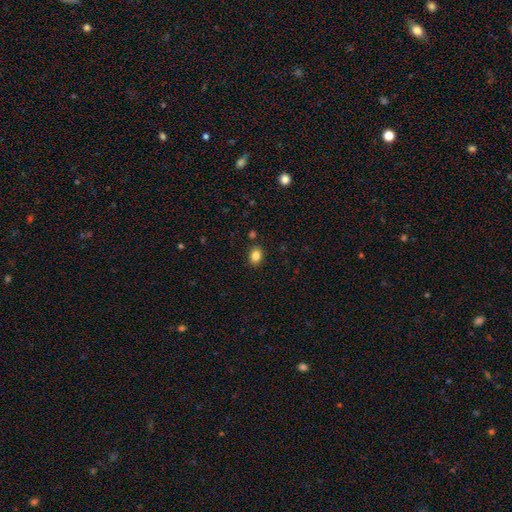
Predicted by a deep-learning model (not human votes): The model was most divided on "how rounded": in between: 62%, round: 37%, cigar-shaped: 1%. More confident: merging — none (87%); smooth or featured — smooth (84%).